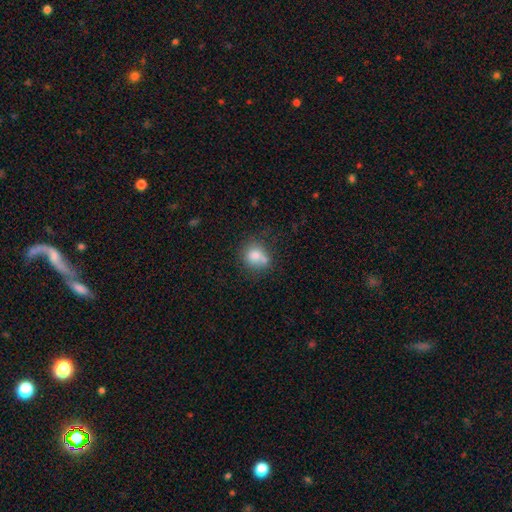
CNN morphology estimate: smooth-or-featured: smooth: 76% | featured or disk: 13% | star or artifact: 10%
  how-rounded: round: 73% | in between: 26% | cigar-shaped: 1%
  merging: none: 47% | merger: 31% | minor disturbance: 16% | major disturbance: 6%